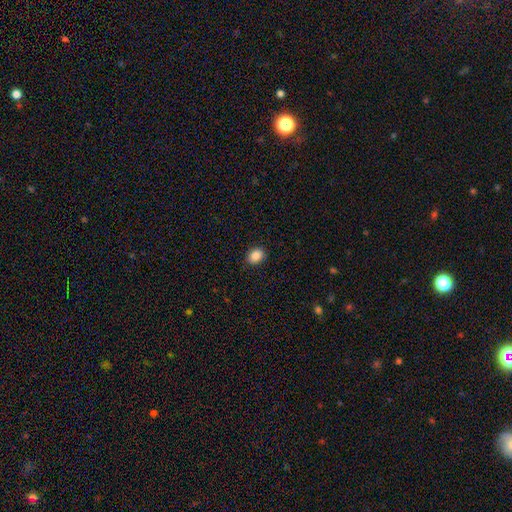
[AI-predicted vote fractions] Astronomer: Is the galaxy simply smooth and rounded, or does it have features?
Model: smooth — 88%.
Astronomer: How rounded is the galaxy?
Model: in between — 60% (runner-up: round, 39%).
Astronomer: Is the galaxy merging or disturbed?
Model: none — 88%.